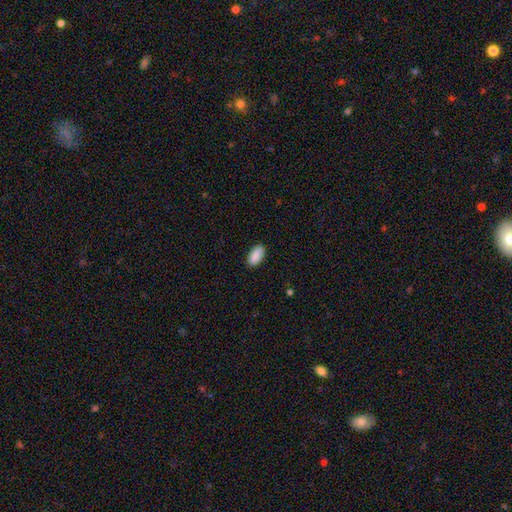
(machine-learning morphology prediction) A smooth galaxy with no disk features (90%) that is in between round and cigar-shaped (92%). Merging: none (89%).